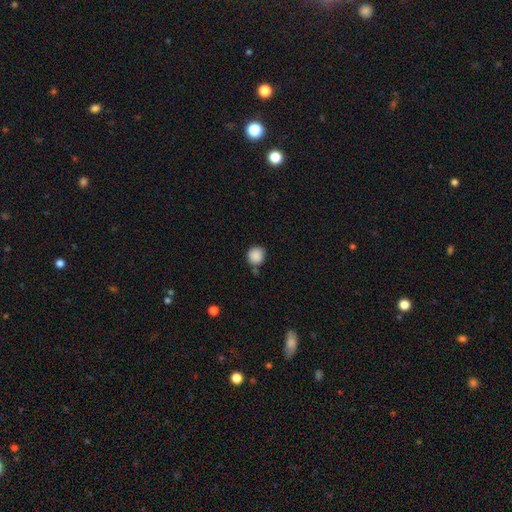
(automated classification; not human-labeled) This is clearly a smooth galaxy (88%). How rounded: clearly round (91%). Merging: likely none (73%).